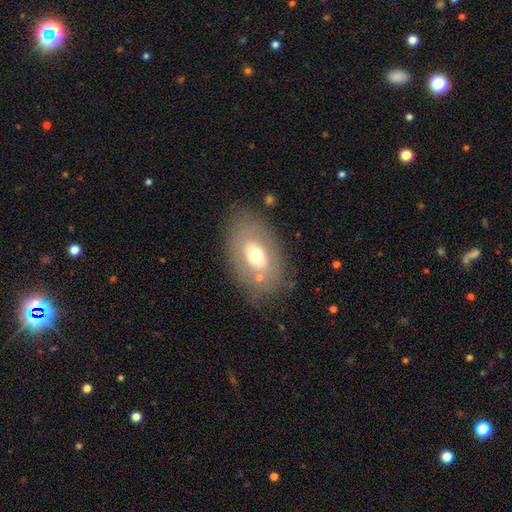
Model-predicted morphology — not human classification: Overall: smooth (57%; featured or disk 34%). How rounded: in between (86%). Merging: none (75%).